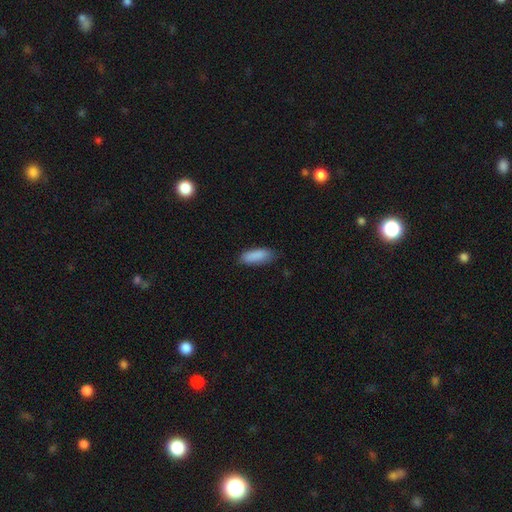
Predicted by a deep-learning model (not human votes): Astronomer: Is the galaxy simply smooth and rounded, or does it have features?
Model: smooth — 88%.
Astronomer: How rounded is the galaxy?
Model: in between — 72%.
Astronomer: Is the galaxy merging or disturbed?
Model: none — 77%.